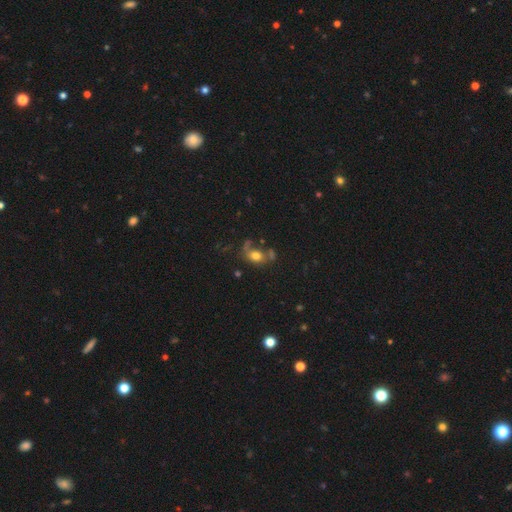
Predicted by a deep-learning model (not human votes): smooth 70%, featured or disk 17%, star or artifact 13%. Down the decision tree: how rounded — in between (58%); merging — none (43%).